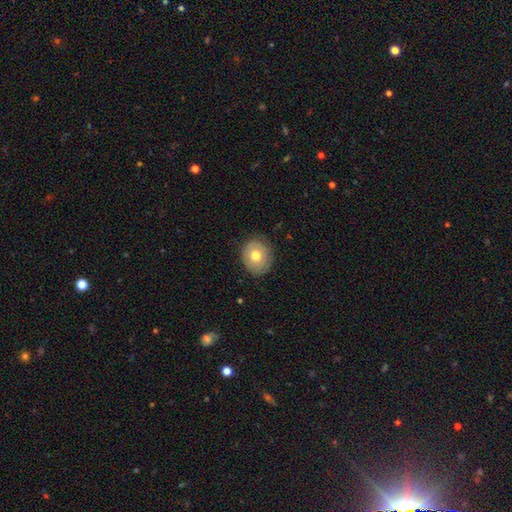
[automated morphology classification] This is likely a smooth galaxy (67%). How rounded: likely round (69%). Merging: clearly none (82%).